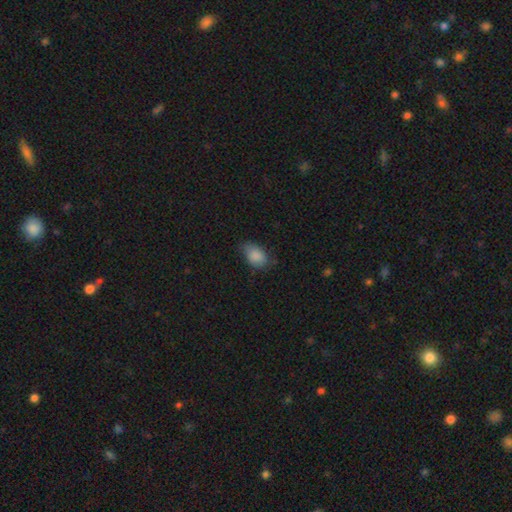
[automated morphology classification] Smooth or featured: smooth — 86% (star or artifact — 8%)
How rounded: in between — 87% (round — 11%)
Merging: none — 63% (minor disturbance — 29%)